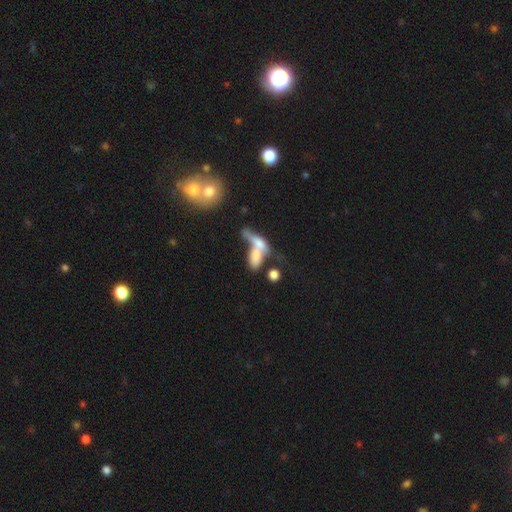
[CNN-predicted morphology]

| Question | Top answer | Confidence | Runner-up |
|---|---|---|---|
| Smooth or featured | smooth | 59% | featured or disk (30%) |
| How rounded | in between | 69% | cigar-shaped (24%) |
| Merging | merger | 64% | none (17%) |